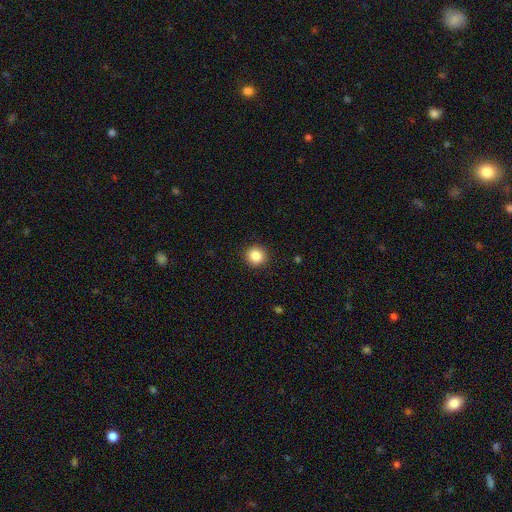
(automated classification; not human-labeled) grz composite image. It shows a smooth galaxy with no disk features (86%) that is round (94%). Merging: none (92%).